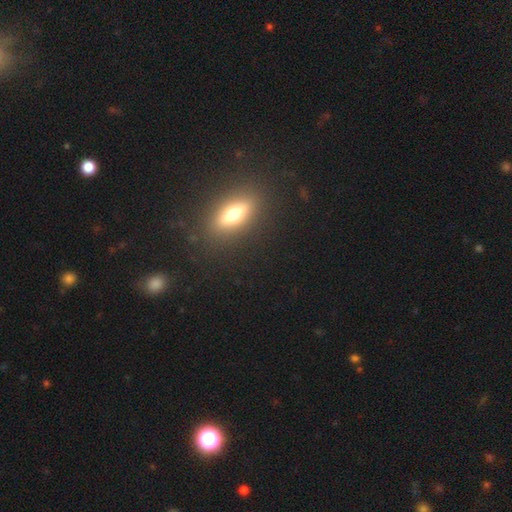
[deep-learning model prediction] smooth-or-featured: smooth: 57% | featured or disk: 31% | star or artifact: 13%
  how-rounded: in between: 52% | cigar-shaped: 42% | round: 6%
  merging: none: 86% | minor disturbance: 9% | major disturbance: 3% | merger: 2%